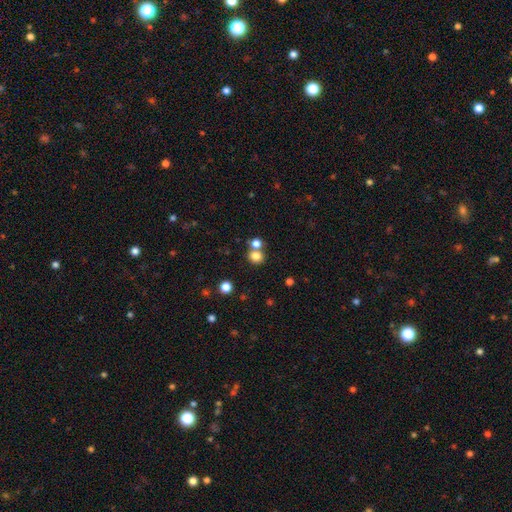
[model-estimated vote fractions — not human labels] smooth_or_featured: smooth (p=0.80) [alt: star or artifact p=0.13]
how_rounded: round (p=0.77) [alt: in between p=0.22]
merging: none (p=0.56) [alt: merger p=0.33]